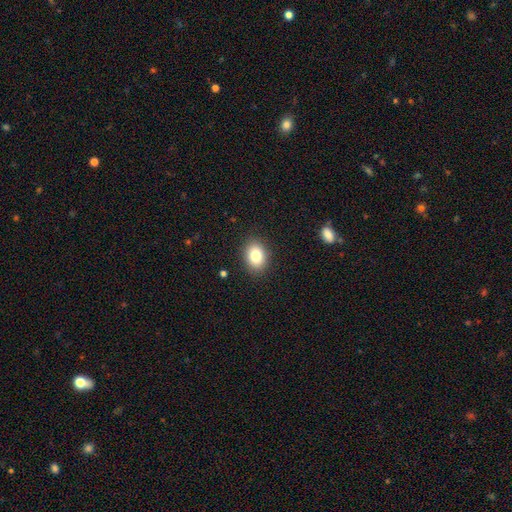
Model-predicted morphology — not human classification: A smooth galaxy with no disk features (81%) that is in between round and cigar-shaped (64%).

Vote fractions:
- Smooth or featured? smooth: 81% / star or artifact: 9% / featured or disk: 9%
- How rounded? in between: 64% / round: 35% / cigar-shaped: 1%
- Merging? none: 88% / minor disturbance: 8% / major disturbance: 2% / merger: 1%